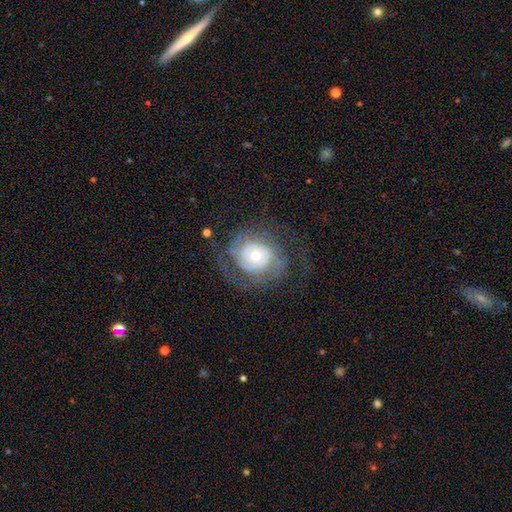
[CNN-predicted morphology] The model was most divided on "spiral arm count": 2: 39%, can't tell: 35%, 3: 10%, 1: 7%, 4: 4%, more than 4: 4%. Remaining: edge-on disk — no (97%); spiral arms — yes (84%); bar — no (76%); smooth or featured — featured or disk (74%); merging — none (66%); spiral winding — tight (60%); bulge size — moderate (49%).